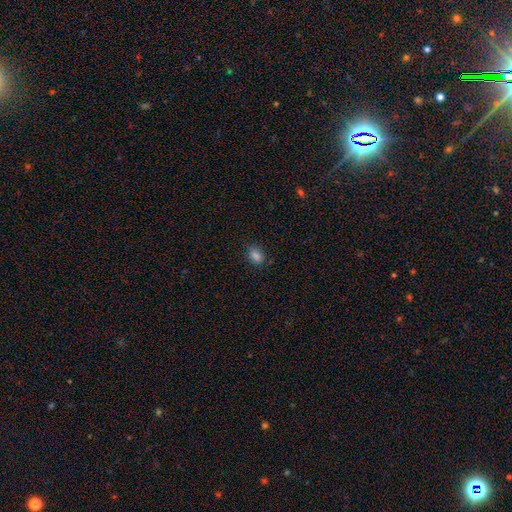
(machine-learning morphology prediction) A smooth galaxy with no disk features (84%) that is in between round and cigar-shaped (71%). Merging: none (83%).